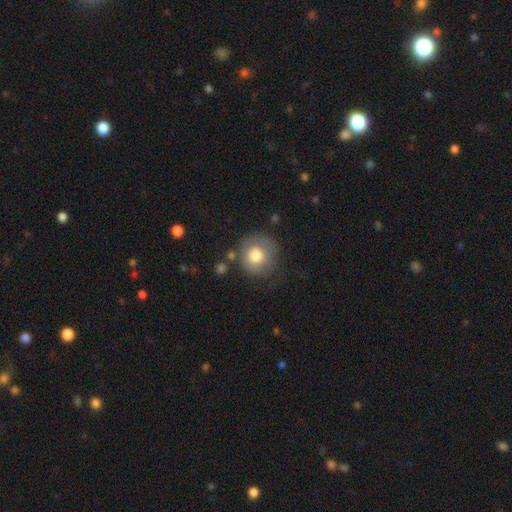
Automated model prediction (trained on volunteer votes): This is likely a smooth galaxy (72%). How rounded: clearly round (90%). Merging: likely none (63%).